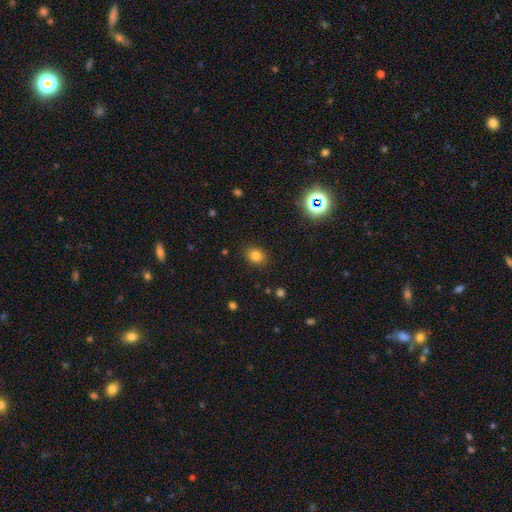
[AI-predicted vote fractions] A smooth galaxy with no disk features (81%) that is round (51%).

Vote fractions:
- Smooth or featured? smooth: 81% / star or artifact: 13% / featured or disk: 6%
- How rounded? round: 51% / in between: 48% / cigar-shaped: 1%
- Merging? none: 88% / minor disturbance: 8% / major disturbance: 2% / merger: 1%